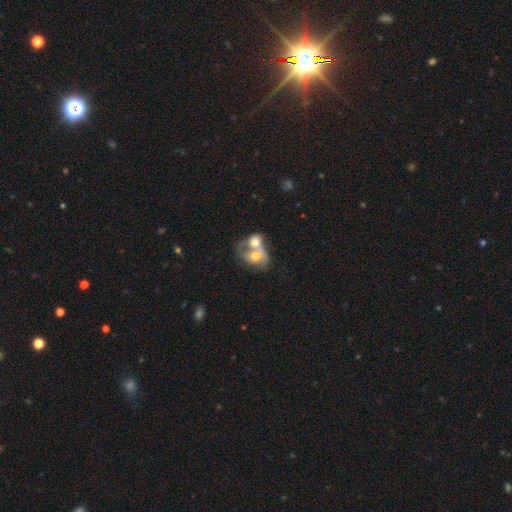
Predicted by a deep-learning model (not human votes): Q: Smooth or featured?
A: featured or disk (47%); runner-up: smooth (45%)
Q: Merging?
A: merger (79%); runner-up: none (9%)